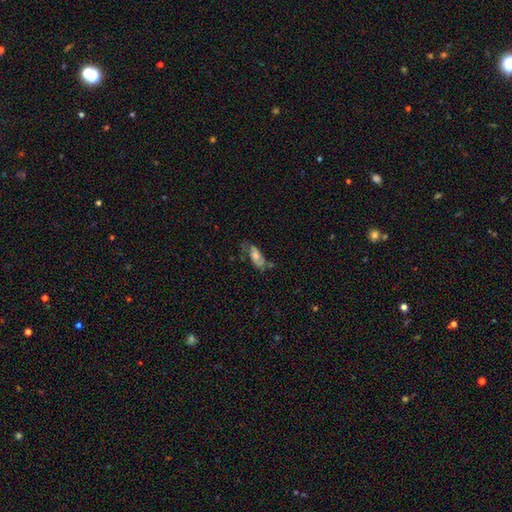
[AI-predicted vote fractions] A smooth galaxy with no disk features (55%) that is in between round and cigar-shaped (80%). Merging: none (43%).